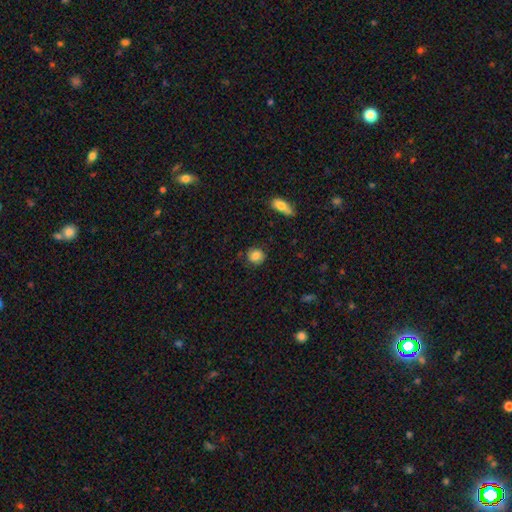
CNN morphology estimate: smooth 83%, star or artifact 9%, featured or disk 9%. Down the decision tree: how rounded — round (82%); merging — none (81%).